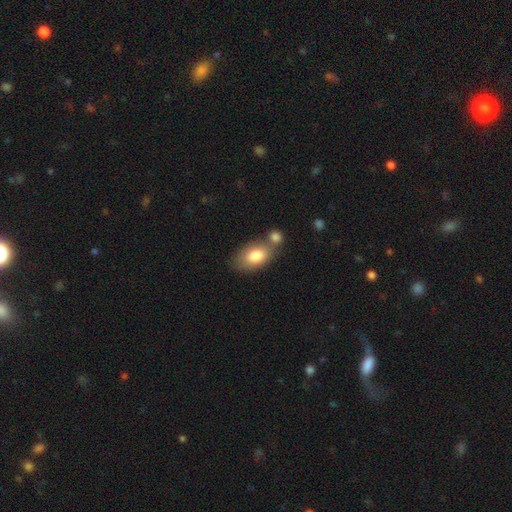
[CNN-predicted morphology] type=smooth (81%); roundness=in between (91%); merging=none (49%).